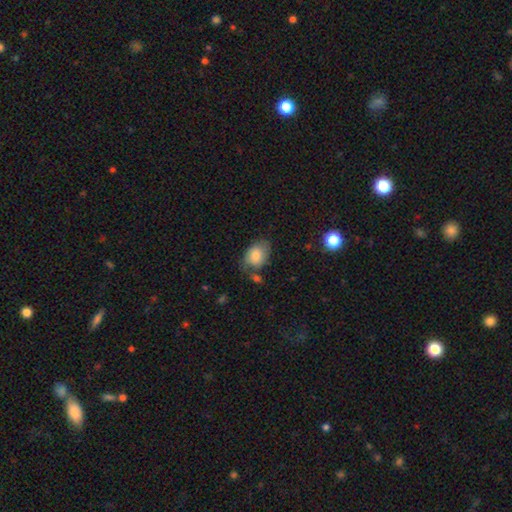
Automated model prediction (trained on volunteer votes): Smooth or featured: smooth — 78% (featured or disk — 14%)
How rounded: in between — 73% (round — 26%)
Merging: none — 52% (minor disturbance — 28%)